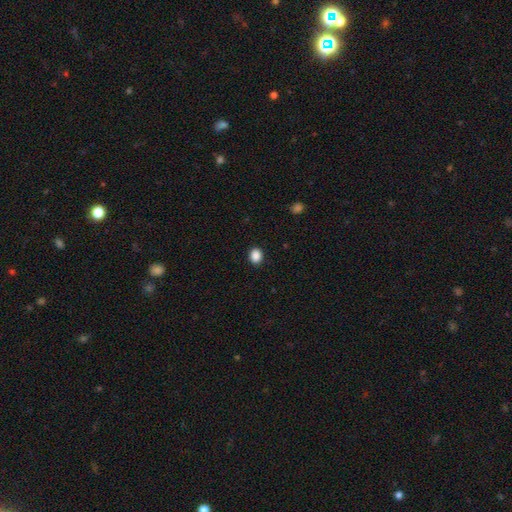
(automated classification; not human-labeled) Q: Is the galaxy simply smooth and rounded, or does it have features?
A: smooth — 89%.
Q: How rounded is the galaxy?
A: round — 51%.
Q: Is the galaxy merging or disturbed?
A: none — 91%.